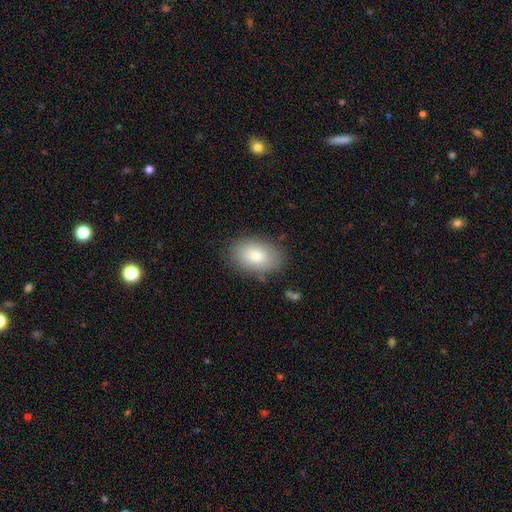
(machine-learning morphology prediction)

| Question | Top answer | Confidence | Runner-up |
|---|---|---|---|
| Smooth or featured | smooth | 77% | featured or disk (15%) |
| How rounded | in between | 86% | round (13%) |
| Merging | none | 84% | minor disturbance (12%) |